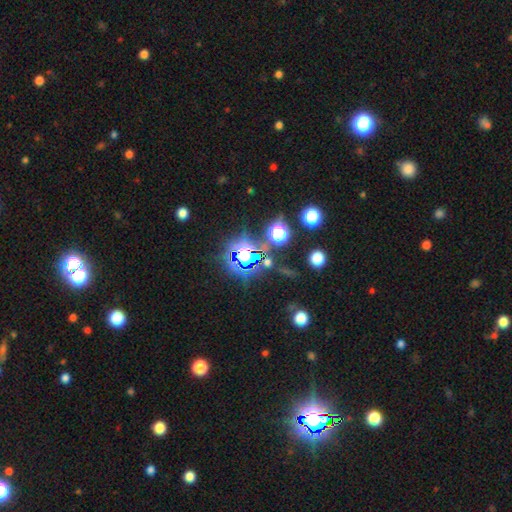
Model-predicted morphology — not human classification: type=star or artifact (70%).